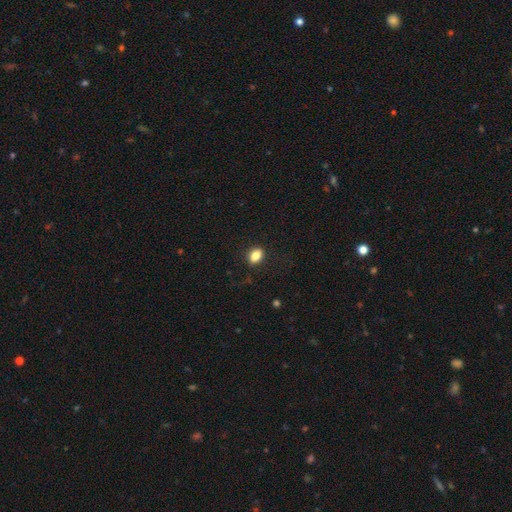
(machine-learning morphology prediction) A smooth galaxy with no disk features (84%) that is in between round and cigar-shaped (80%). Merging: none (85%).